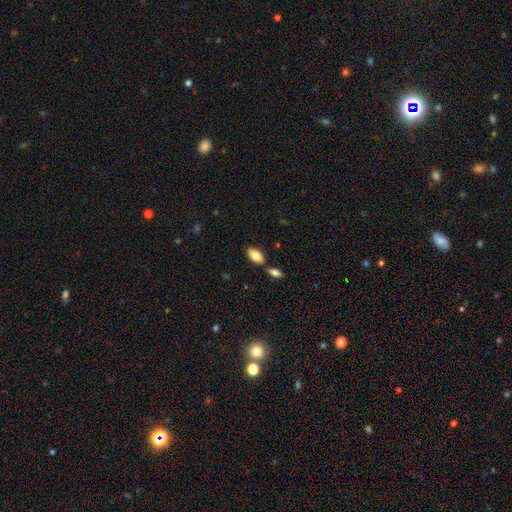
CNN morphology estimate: Overall: smooth (80%). How rounded: in between (92%). Merging: none (74%).